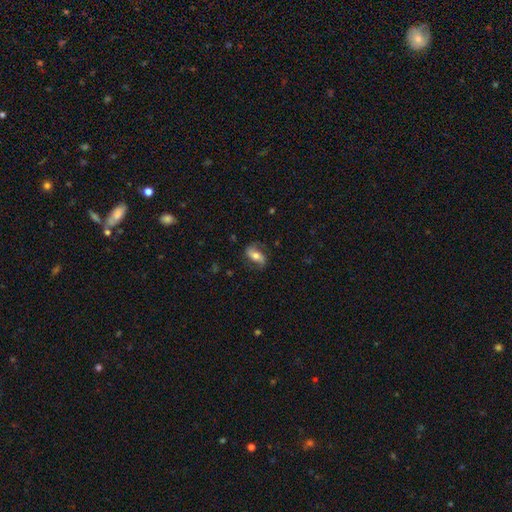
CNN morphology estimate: Smooth or featured? featured or disk (51%)
Edge-on disk? no (87%)
Merging? none (71%)